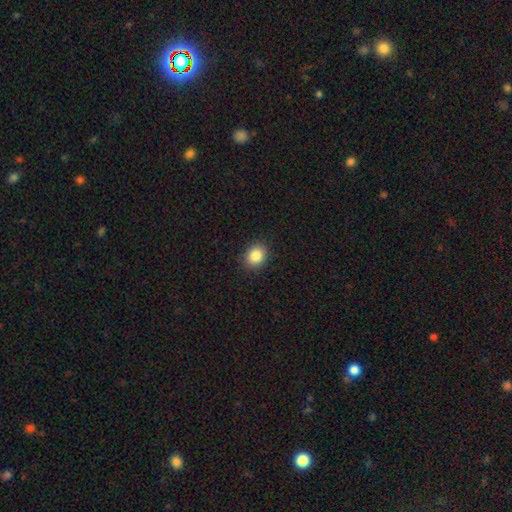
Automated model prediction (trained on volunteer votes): A smooth galaxy with no disk features (86%) that is round (53%). Merging: none (89%).